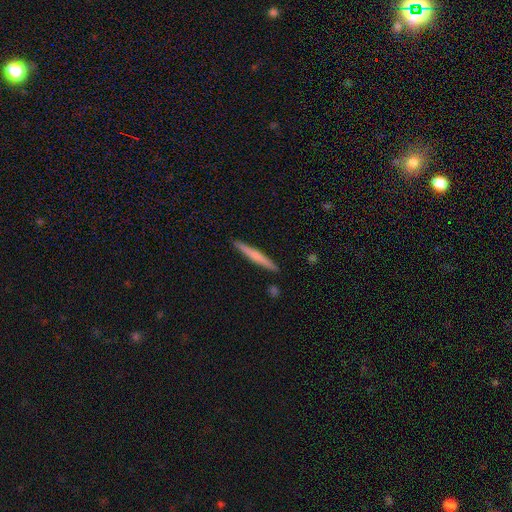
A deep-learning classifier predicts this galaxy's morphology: smooth_or_featured: smooth (p=0.54) [alt: featured or disk p=0.41]
how_rounded: cigar-shaped (p=0.96) [alt: in between p=0.02]
merging: none (p=0.91) [alt: minor disturbance p=0.06]